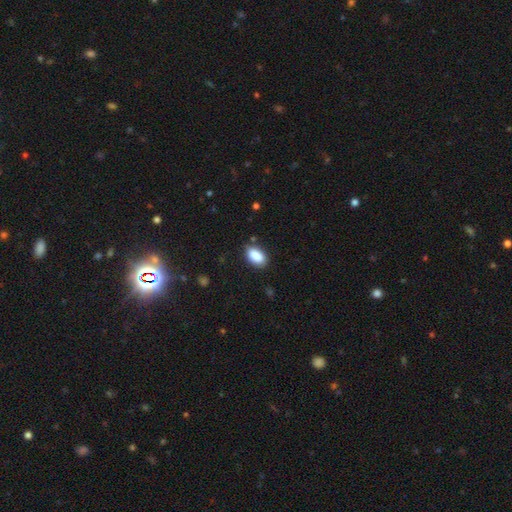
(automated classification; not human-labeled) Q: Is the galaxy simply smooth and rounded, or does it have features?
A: smooth — 88%.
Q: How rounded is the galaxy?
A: in between — 92%.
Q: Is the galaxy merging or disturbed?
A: none — 82%.